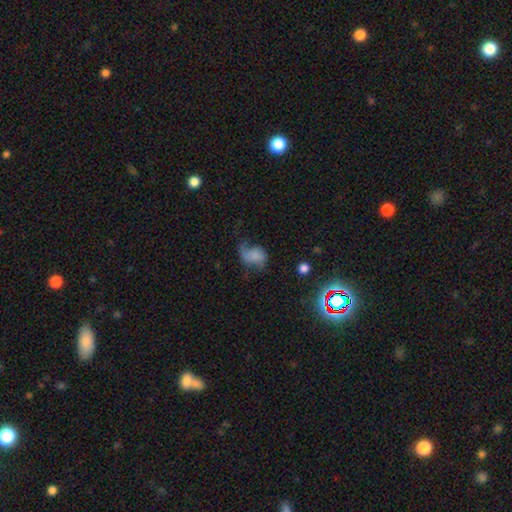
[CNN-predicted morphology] The model was most divided on "smooth or featured": featured or disk: 45%, smooth: 43%, star or artifact: 12%. Remaining: merging — major disturbance (36%).